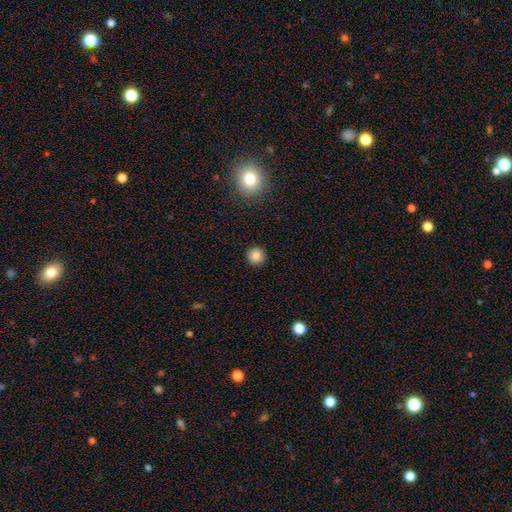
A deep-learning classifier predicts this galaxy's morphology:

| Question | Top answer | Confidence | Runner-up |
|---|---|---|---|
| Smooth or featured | smooth | 85% | star or artifact (11%) |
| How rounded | round | 95% | in between (4%) |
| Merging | none | 92% | minor disturbance (5%) |